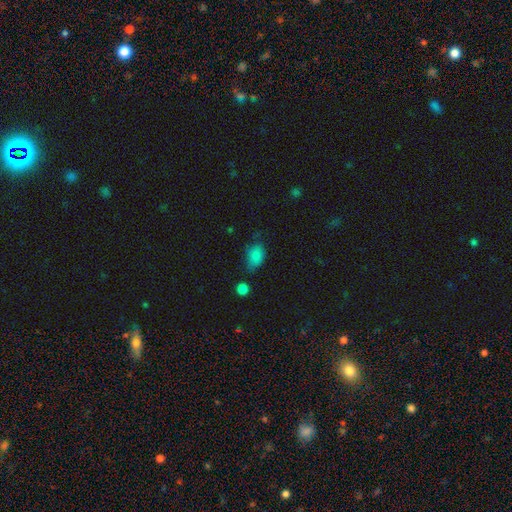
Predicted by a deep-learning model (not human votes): Smooth or featured? smooth (81%)
How rounded? in between (81%)
Merging? none (52%)